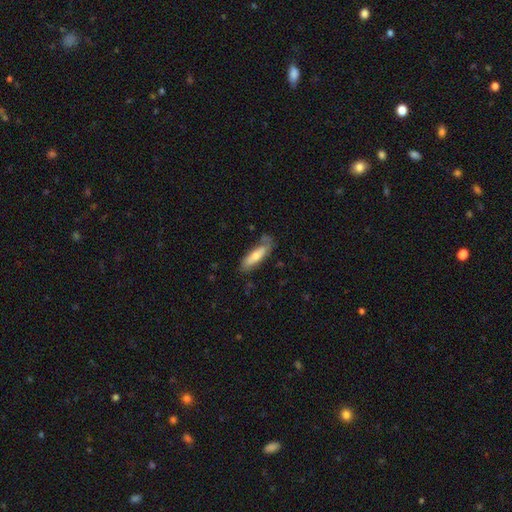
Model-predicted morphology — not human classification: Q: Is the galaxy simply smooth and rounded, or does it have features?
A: smooth — 62%.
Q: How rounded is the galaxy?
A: cigar-shaped — 59%.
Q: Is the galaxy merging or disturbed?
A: none — 63%.